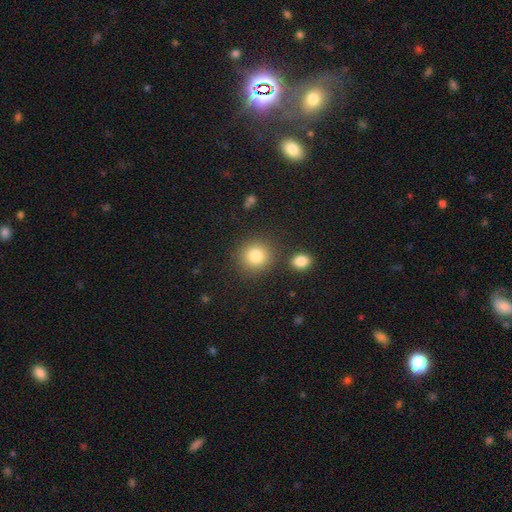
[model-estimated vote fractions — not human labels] Smooth or featured: smooth — 84% (star or artifact — 10%)
How rounded: round — 88% (in between — 11%)
Merging: none — 82% (minor disturbance — 8%)